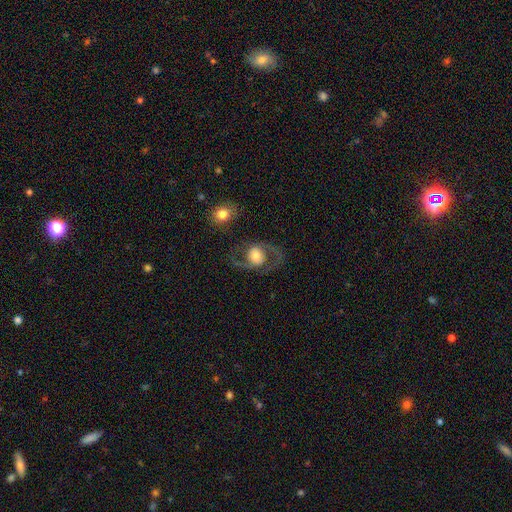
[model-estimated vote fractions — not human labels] Overall: featured or disk (71%). Edge-on disk: no (96%). Bar: no (67%). Spiral arms: yes (81%). Spiral arm count: 2 (90%). Spiral winding: medium (51%; loose 38%). Bulge size: moderate (47%; large 34%). Merging: none (69%).